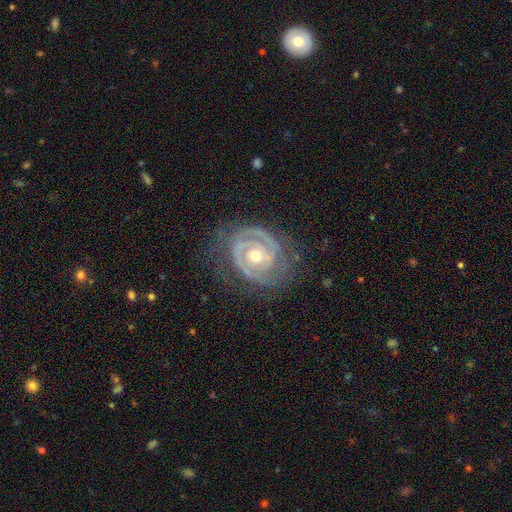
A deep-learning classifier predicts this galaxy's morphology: This is clearly a featured or disk galaxy (91%). It is clearly not viewed edge-on (97%). Bar: likely no (67%). Spiral arm pattern: clearly yes (97%). Spiral arm count: likely 2 (68%). Spiral winding: likely tight (77%). Central bulge: possibly moderate (59%). Merging: likely none (75%).